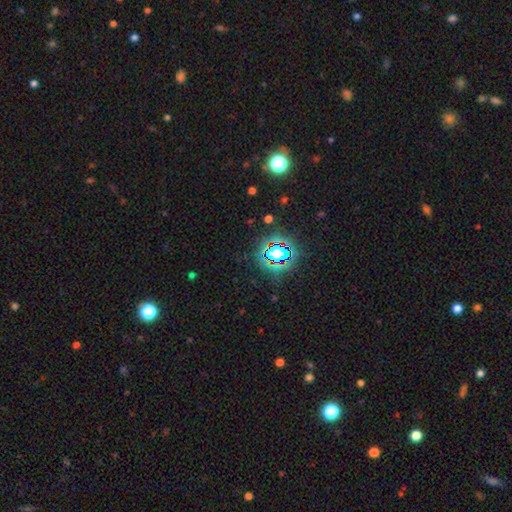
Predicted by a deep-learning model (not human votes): Morphology: type=star or artifact (81%).